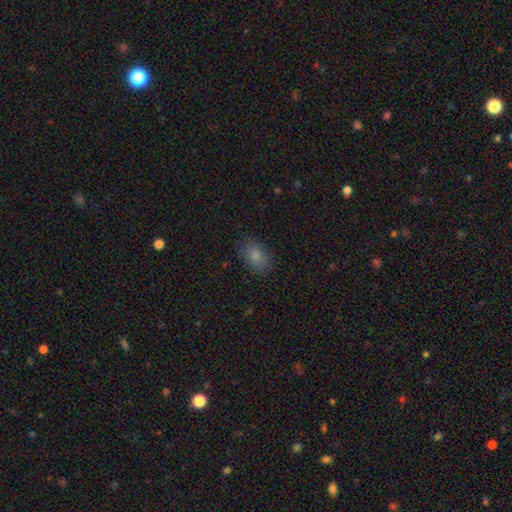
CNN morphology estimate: Overall: smooth (82%). How rounded: in between (79%). Merging: none (84%).